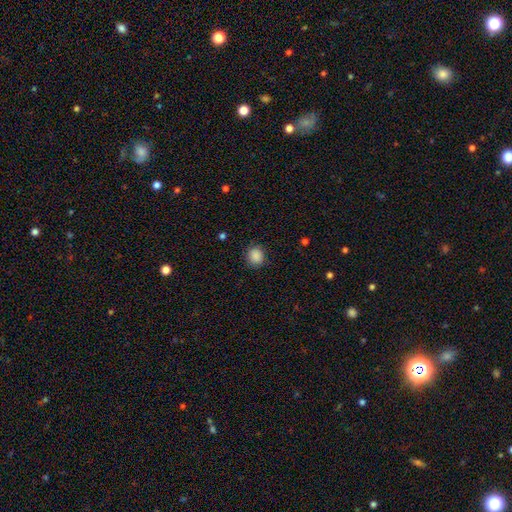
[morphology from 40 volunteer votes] type=smooth (82%); roundness=round (100%); merging=none (81%).